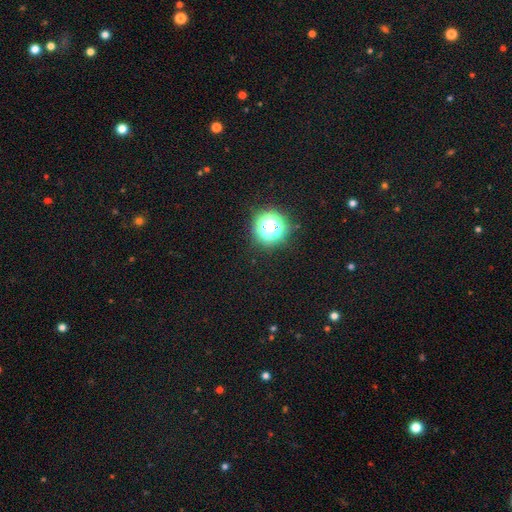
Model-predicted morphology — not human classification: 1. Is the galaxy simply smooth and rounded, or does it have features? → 73% star or artifact, 22% smooth, 5% featured or disk.